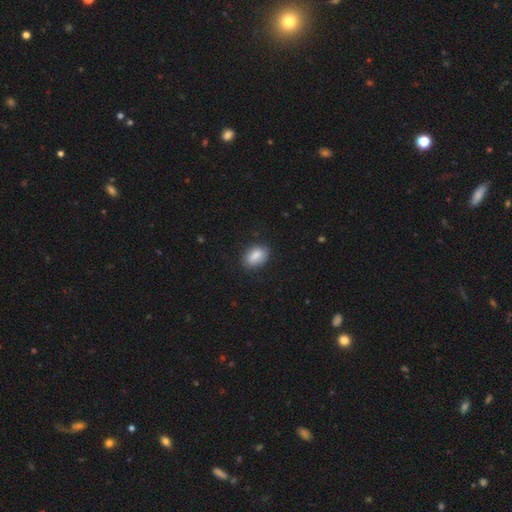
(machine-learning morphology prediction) smooth-or-featured: smooth: 84% | featured or disk: 8% | star or artifact: 7%
  how-rounded: in between: 84% | round: 14% | cigar-shaped: 2%
  merging: none: 82% | minor disturbance: 14% | major disturbance: 3% | merger: 1%